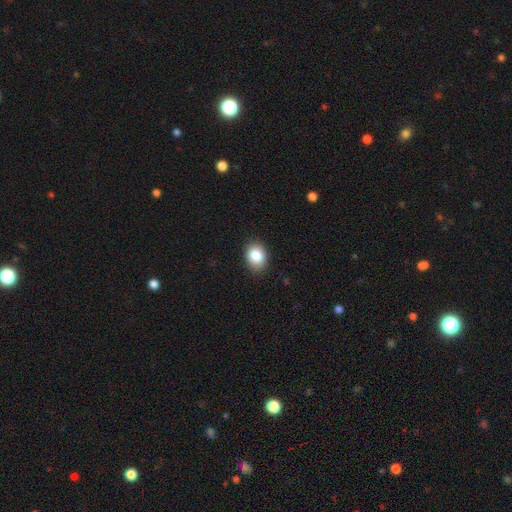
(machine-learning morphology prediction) smooth-or-featured: smooth: 85% | star or artifact: 9% | featured or disk: 6%
  how-rounded: in between: 57% | round: 42% | cigar-shaped: 1%
  merging: none: 88% | minor disturbance: 9% | major disturbance: 2% | merger: 1%